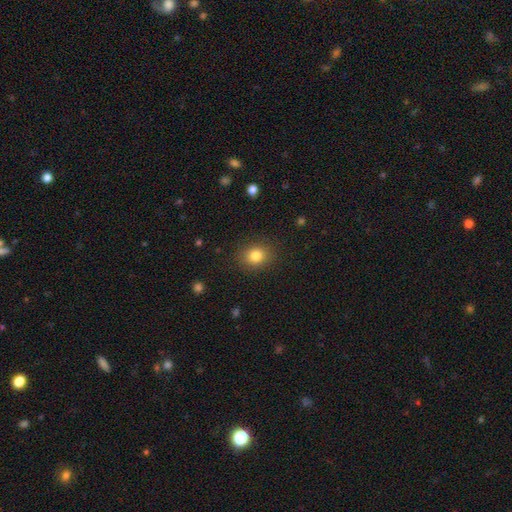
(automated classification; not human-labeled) Smooth or featured?
  - smooth: 82% *
  - star or artifact: 11%
  - featured or disk: 7%
How rounded?
  - round: 63% *
  - in between: 36%
  - cigar-shaped: 1%
Merging?
  - none: 88% *
  - minor disturbance: 8%
  - major disturbance: 3%
  - merger: 1%